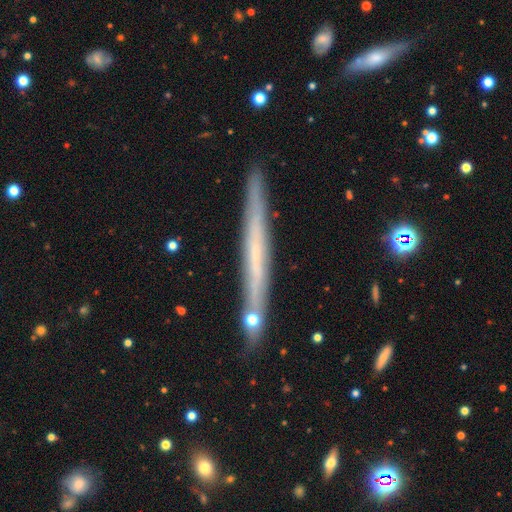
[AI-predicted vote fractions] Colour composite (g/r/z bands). It shows a featured or disk galaxy (56%) viewed edge-on (96%) with no central bulge (88%). Merging: none (88%).